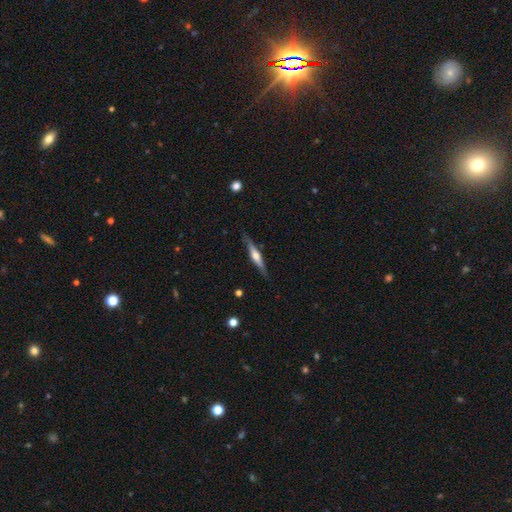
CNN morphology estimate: The model was most divided on "smooth or featured": featured or disk: 68%, smooth: 27%, star or artifact: 5%. More confident: edge-on disk — yes (97%); merging — none (86%); edge-on bulge — rounded (83%).